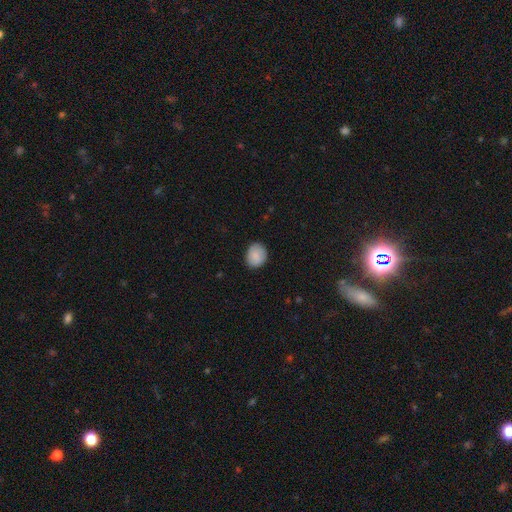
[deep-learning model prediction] smooth 88%, star or artifact 7%, featured or disk 5%. Down the decision tree: how rounded — round (60%); merging — none (85%).